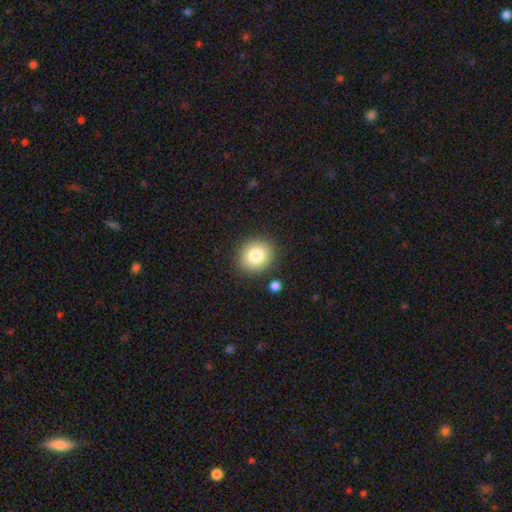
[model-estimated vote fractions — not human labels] smooth_or_featured: smooth (p=0.83) [alt: star or artifact p=0.10]
how_rounded: round (p=0.75) [alt: in between p=0.24]
merging: none (p=0.86) [alt: minor disturbance p=0.08]